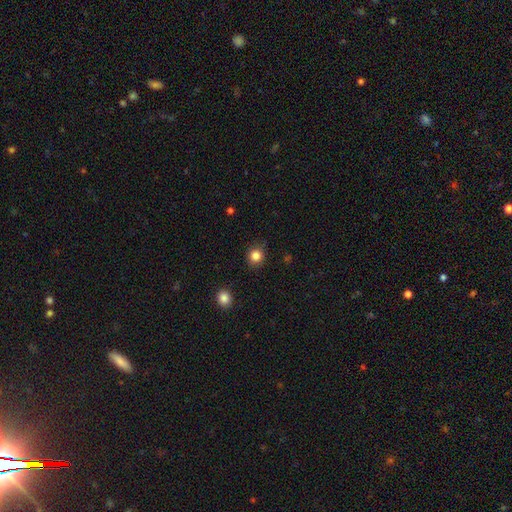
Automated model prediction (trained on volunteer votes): smooth-or-featured: smooth: 84% | star or artifact: 12% | featured or disk: 4%
  how-rounded: round: 89% | in between: 10% | cigar-shaped: 1%
  merging: none: 87% | minor disturbance: 10% | major disturbance: 2% | merger: 1%